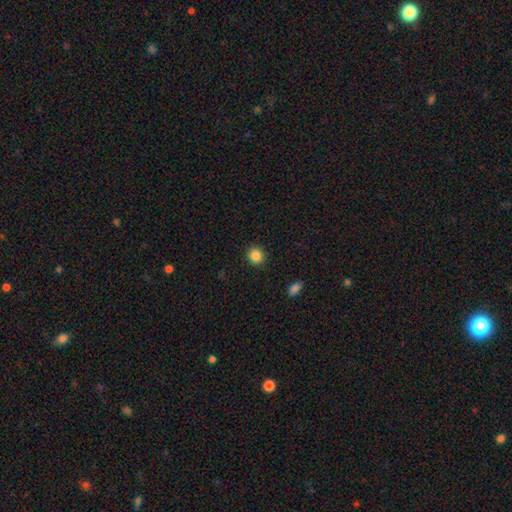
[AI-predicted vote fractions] A smooth galaxy with no disk features (85%) that is round (87%).

Vote fractions:
- Smooth or featured? smooth: 85% / star or artifact: 10% / featured or disk: 4%
- How rounded? round: 87% / in between: 12% / cigar-shaped: 1%
- Merging? none: 91% / minor disturbance: 6% / major disturbance: 2% / merger: 1%